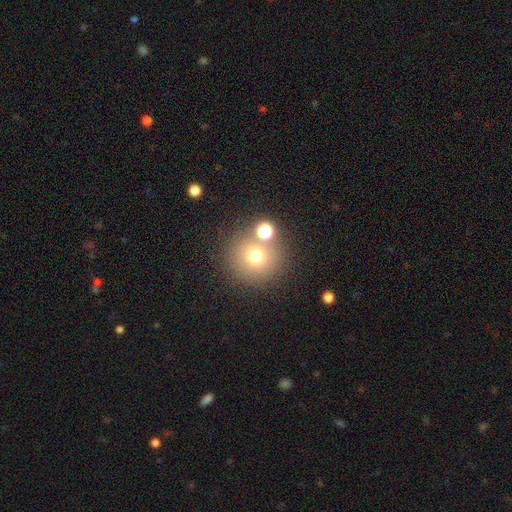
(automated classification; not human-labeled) A smooth galaxy with no disk features (70%) that is round (92%).

Vote fractions:
- Smooth or featured? smooth: 70% / star or artifact: 17% / featured or disk: 12%
- How rounded? round: 92% / in between: 7% / cigar-shaped: 1%
- Merging? none: 72% / merger: 15% / minor disturbance: 8% / major disturbance: 4%